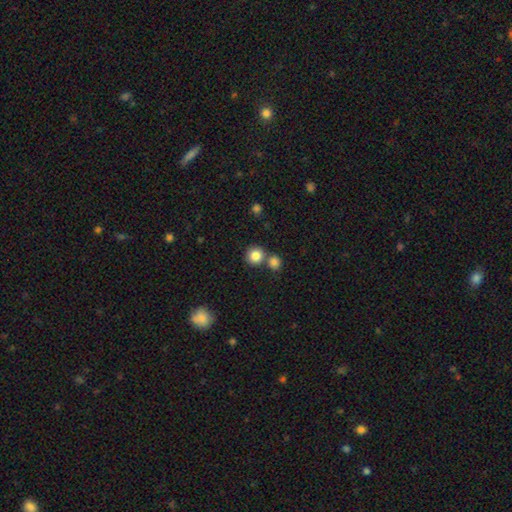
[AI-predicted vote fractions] smooth-or-featured: smooth: 84% | star or artifact: 10% | featured or disk: 6%
  how-rounded: round: 92% | in between: 7% | cigar-shaped: 1%
  merging: none: 67% | merger: 24% | minor disturbance: 7% | major disturbance: 2%